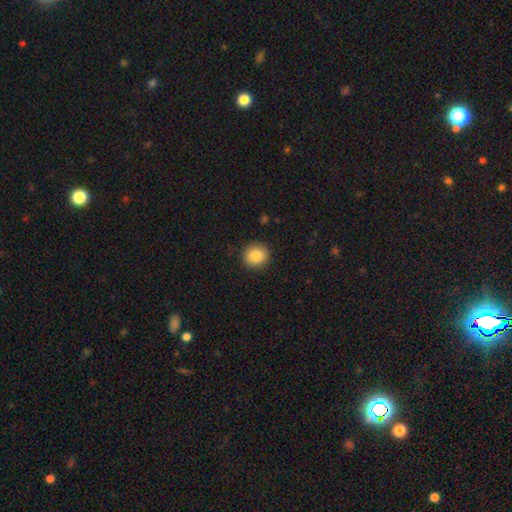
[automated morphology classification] smooth-or-featured: smooth: 86% | star or artifact: 9% | featured or disk: 5%
  how-rounded: round: 91% | in between: 8% | cigar-shaped: 1%
  merging: none: 91% | minor disturbance: 6% | major disturbance: 2% | merger: 1%